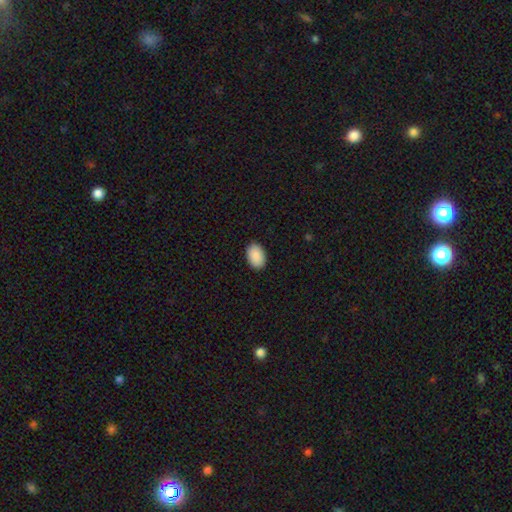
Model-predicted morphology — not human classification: This is clearly a smooth galaxy (91%). How rounded: clearly in between (89%). Merging: clearly none (90%).